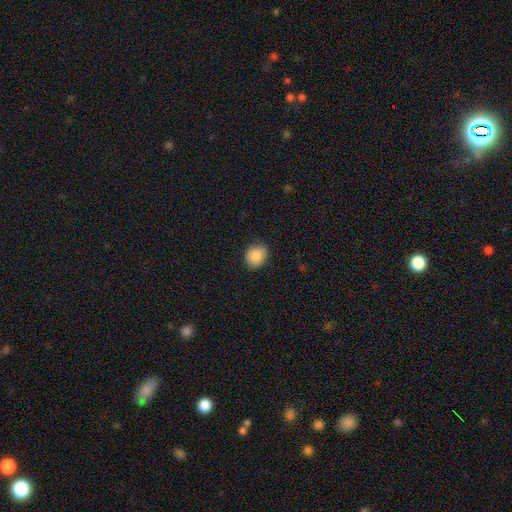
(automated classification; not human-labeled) Smooth or featured: smooth — 88% (star or artifact — 8%)
How rounded: round — 66% (in between — 33%)
Merging: none — 85% (minor disturbance — 11%)